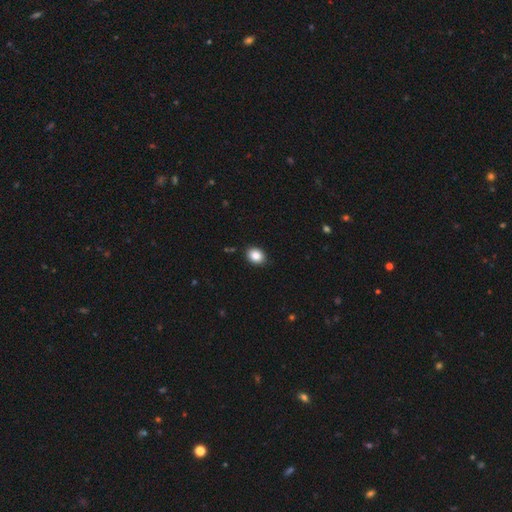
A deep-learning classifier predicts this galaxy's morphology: smooth_or_featured: smooth (p=0.87) [alt: star or artifact p=0.09]
how_rounded: in between (p=0.55) [alt: round p=0.45]
merging: none (p=0.89) [alt: minor disturbance p=0.08]